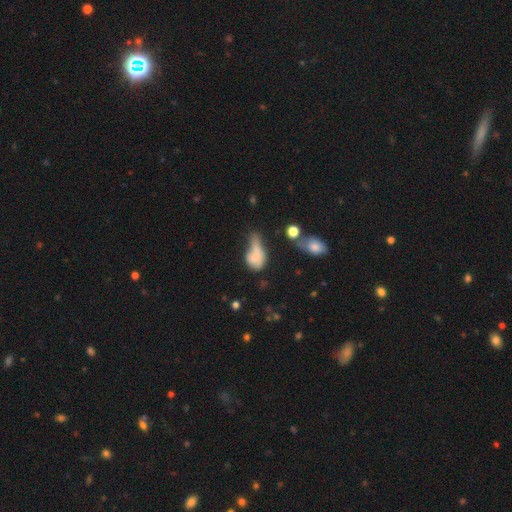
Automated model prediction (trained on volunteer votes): Overall: smooth (66%). How rounded: in between (77%). Merging: major disturbance (41%; minor disturbance 24%).